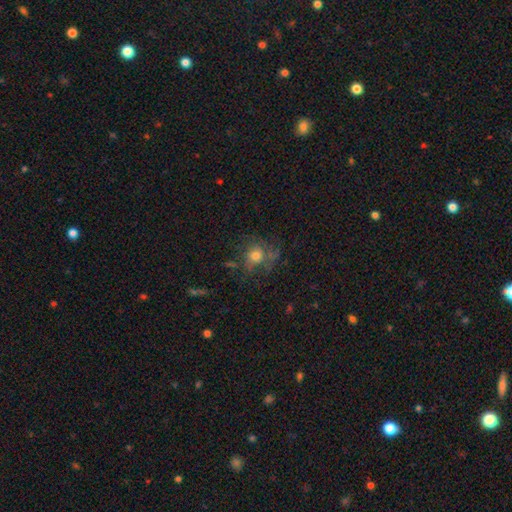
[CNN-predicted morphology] type=smooth (48%); merging=none (56%).